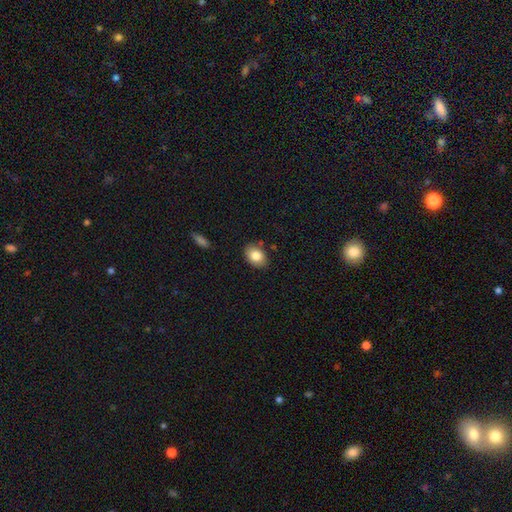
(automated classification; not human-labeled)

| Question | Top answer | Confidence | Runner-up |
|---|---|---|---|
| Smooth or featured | smooth | 83% | featured or disk (10%) |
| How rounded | in between | 77% | round (22%) |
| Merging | none | 82% | minor disturbance (12%) |